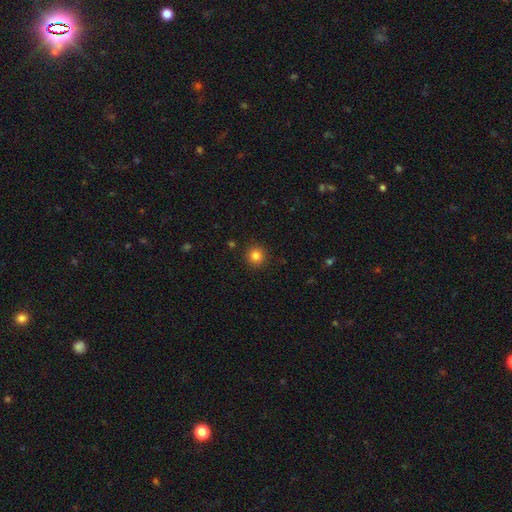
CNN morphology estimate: smooth 83%, star or artifact 12%, featured or disk 5%. Down the decision tree: how rounded — round (95%); merging — none (91%).